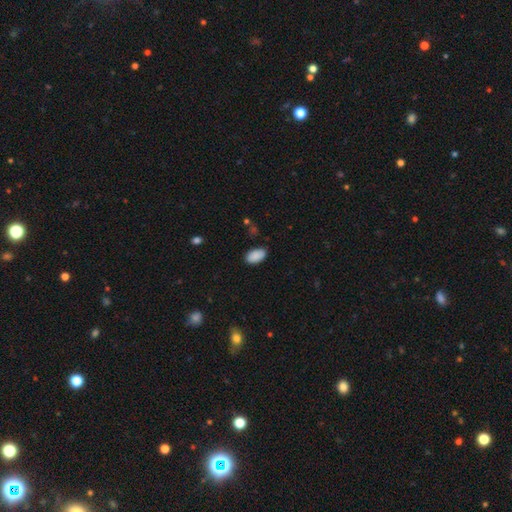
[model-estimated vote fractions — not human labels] Smooth or featured? Predicted: smooth (p=0.89). How rounded? Predicted: in between (p=0.95). Merging? Predicted: none (p=0.85).